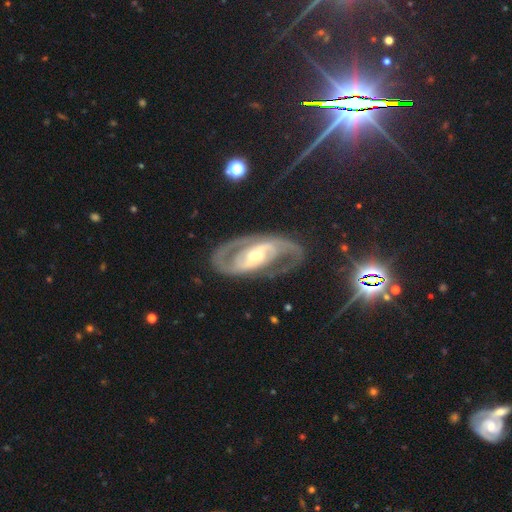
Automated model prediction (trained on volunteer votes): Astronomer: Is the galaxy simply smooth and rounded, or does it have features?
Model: featured or disk — 88%.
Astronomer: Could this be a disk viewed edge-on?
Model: no — 95%.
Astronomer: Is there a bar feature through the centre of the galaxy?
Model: strong — 41% (runner-up: weak, 34%).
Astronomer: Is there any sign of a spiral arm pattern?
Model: yes — 89%.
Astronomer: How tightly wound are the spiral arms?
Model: medium — 47% (runner-up: tight, 35%).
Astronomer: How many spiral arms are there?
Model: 2 — 87%.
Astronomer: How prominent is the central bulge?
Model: moderate — 61%.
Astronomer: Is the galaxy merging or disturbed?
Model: none — 75%.